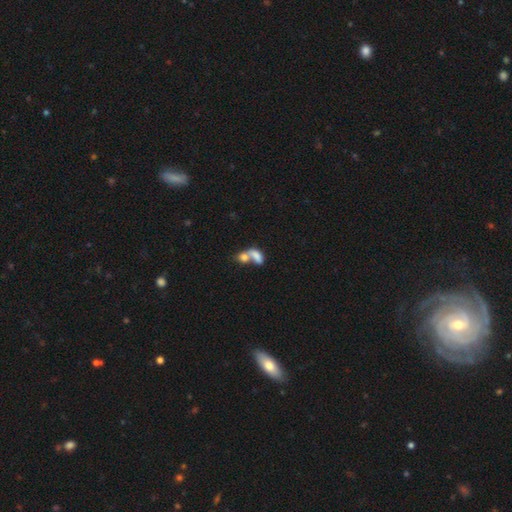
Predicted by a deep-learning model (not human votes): smooth 74%, featured or disk 17%, star or artifact 9%. Down the decision tree: how rounded — in between (81%); merging — merger (73%).